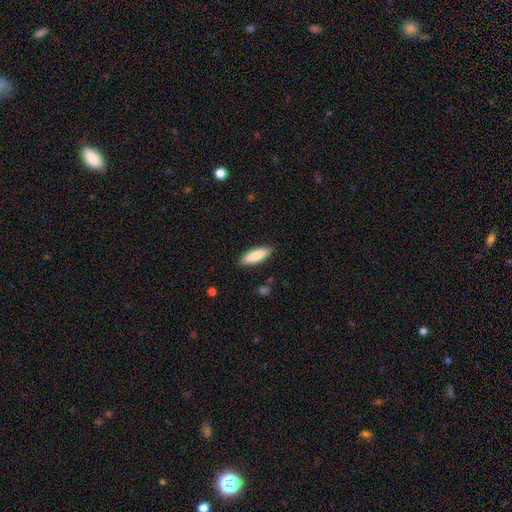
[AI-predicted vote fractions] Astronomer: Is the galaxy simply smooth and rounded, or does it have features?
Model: smooth — 84%.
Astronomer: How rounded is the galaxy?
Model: in between — 53% (runner-up: cigar-shaped, 46%).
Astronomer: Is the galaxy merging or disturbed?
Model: none — 88%.